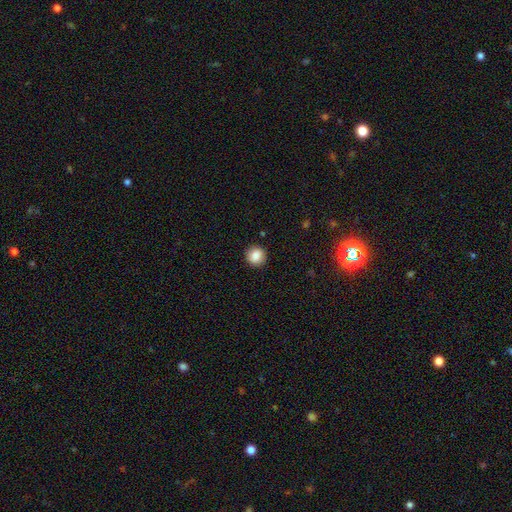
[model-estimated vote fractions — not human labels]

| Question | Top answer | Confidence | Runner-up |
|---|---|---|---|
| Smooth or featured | smooth | 85% | star or artifact (9%) |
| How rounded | round | 89% | in between (10%) |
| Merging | none | 90% | minor disturbance (7%) |